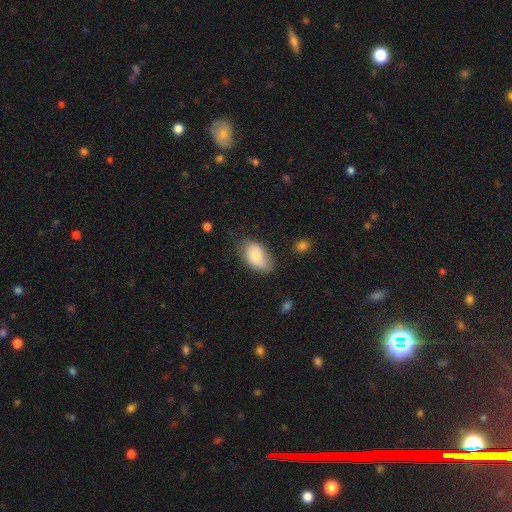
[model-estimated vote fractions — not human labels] Smooth or featured: smooth — 76% (featured or disk — 17%)
How rounded: in between — 92% (round — 6%)
Merging: none — 65% (minor disturbance — 26%)